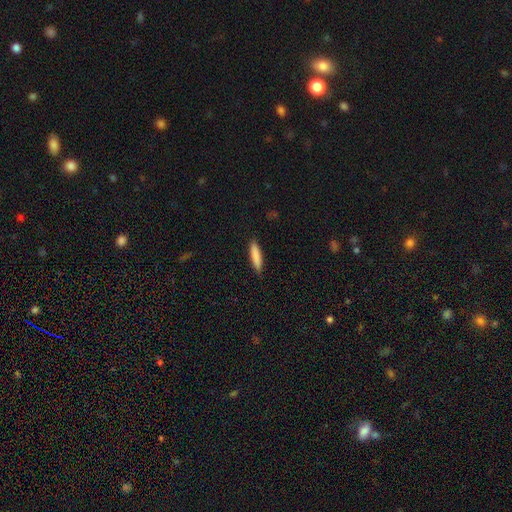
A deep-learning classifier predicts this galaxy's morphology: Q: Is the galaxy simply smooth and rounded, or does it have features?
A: smooth — 85%.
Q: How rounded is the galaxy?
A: cigar-shaped — 80%.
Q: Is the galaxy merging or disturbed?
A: none — 87%.